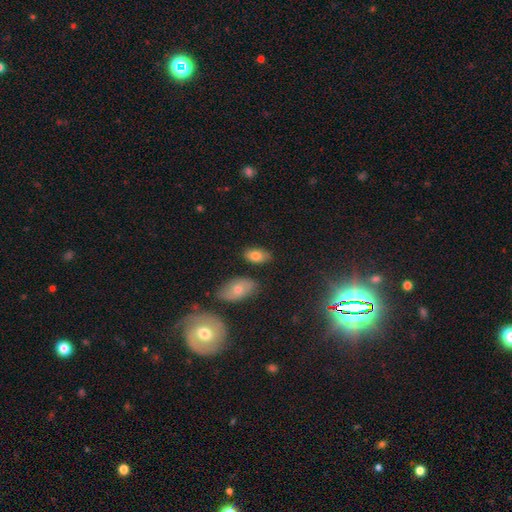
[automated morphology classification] The model was most divided on "smooth or featured": smooth: 79%, featured or disk: 13%, star or artifact: 8%. More confident: how rounded — in between (92%); merging — none (81%).